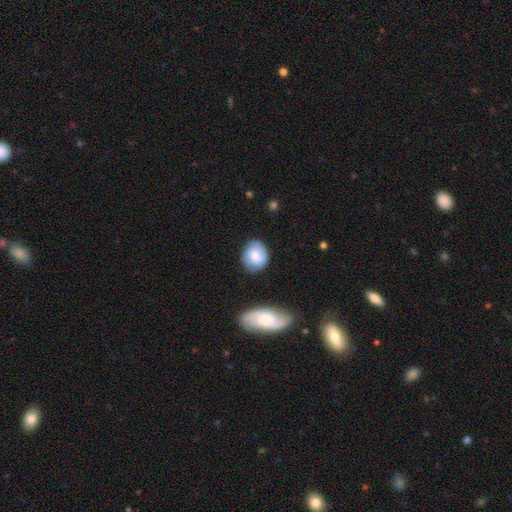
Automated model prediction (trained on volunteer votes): This is likely a smooth galaxy (67%). How rounded: likely round (66%). Merging: likely none (72%).